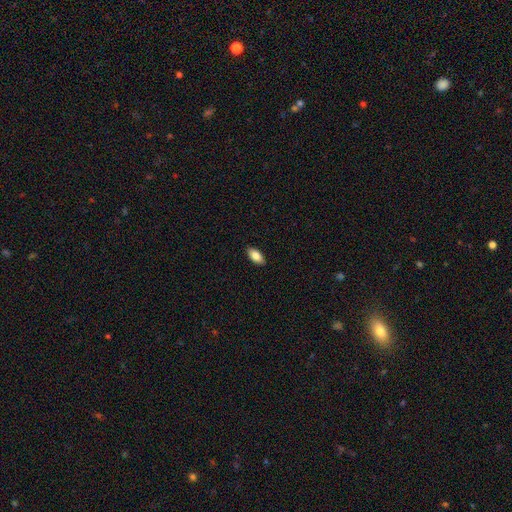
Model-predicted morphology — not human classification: This appears to be a smooth galaxy with no disk features (85%) that is in between round and cigar-shaped (92%). Merging: none (90%).